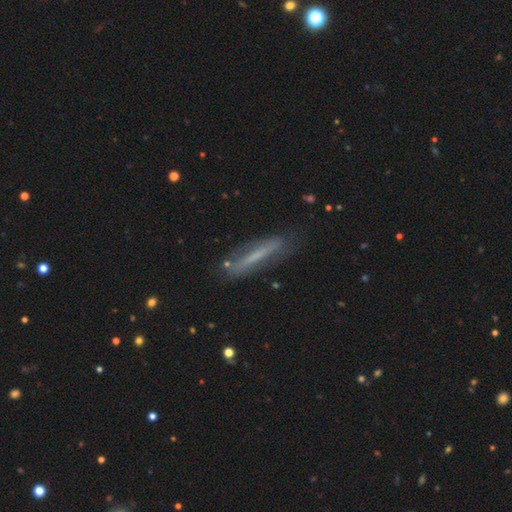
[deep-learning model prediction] This appears to be a featured or disk galaxy (49%). Merging: none (76%).